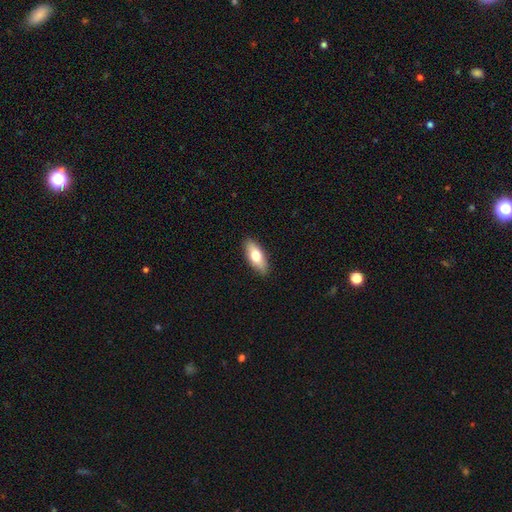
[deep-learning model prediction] Smooth or featured? smooth (73%)
How rounded? in between (78%)
Merging? none (89%)